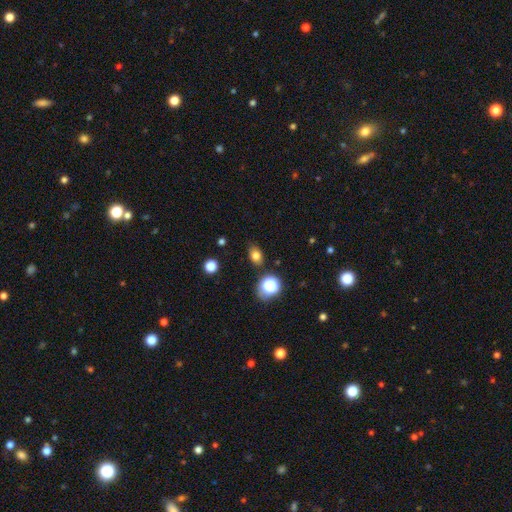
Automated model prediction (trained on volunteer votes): The model was most divided on "how rounded": in between: 67%, round: 31%, cigar-shaped: 2%. More confident: merging — none (78%); smooth or featured — smooth (77%).